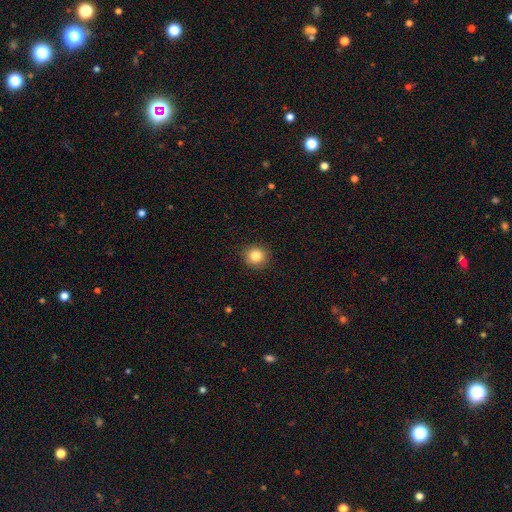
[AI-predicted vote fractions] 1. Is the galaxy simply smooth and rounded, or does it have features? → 85% smooth, 10% star or artifact, 5% featured or disk.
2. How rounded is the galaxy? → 90% round, 9% in between, 1% cigar-shaped.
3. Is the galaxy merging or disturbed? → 91% none, 6% minor disturbance, 2% major disturbance, 1% merger.